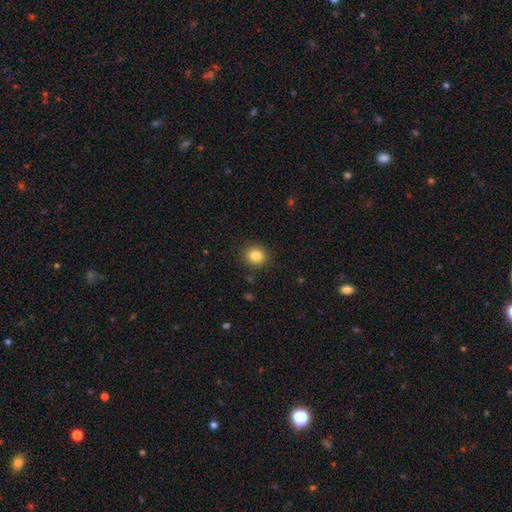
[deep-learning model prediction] smooth 84%, star or artifact 11%, featured or disk 6%. Down the decision tree: how rounded — round (83%); merging — none (89%).